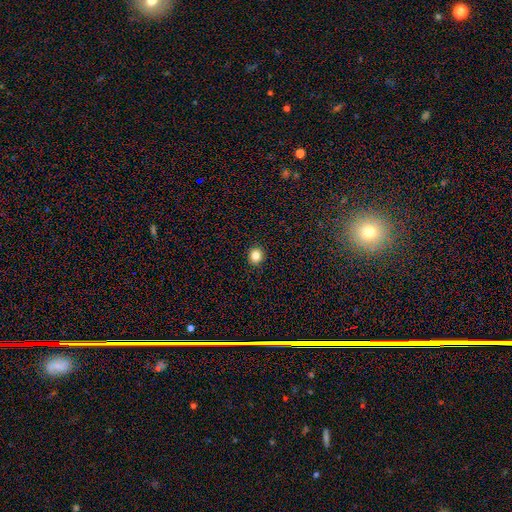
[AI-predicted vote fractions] A smooth galaxy with no disk features (83%) that is round (81%).

Vote fractions:
- Smooth or featured? smooth: 83% / star or artifact: 11% / featured or disk: 5%
- How rounded? round: 81% / in between: 18% / cigar-shaped: 1%
- Merging? none: 92% / minor disturbance: 5% / major disturbance: 1% / merger: 1%